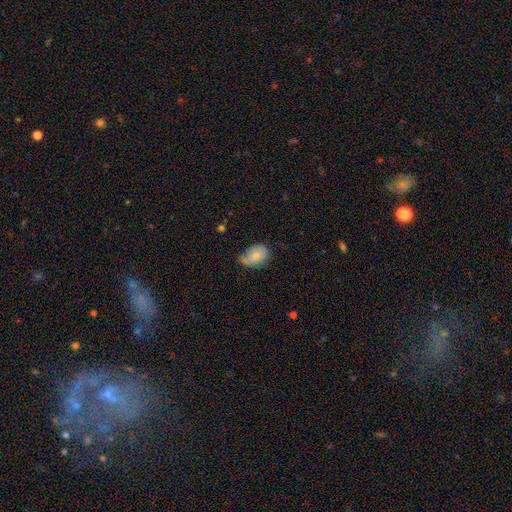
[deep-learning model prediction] Smooth or featured: smooth — 75% (featured or disk — 17%)
How rounded: in between — 82% (round — 17%)
Merging: none — 40% (tied with minor disturbance — 40%)